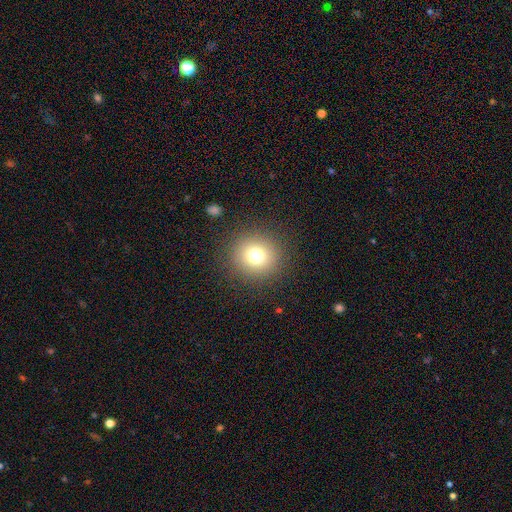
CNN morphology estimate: A smooth galaxy with no disk features (75%) that is round (92%). Merging: none (89%).